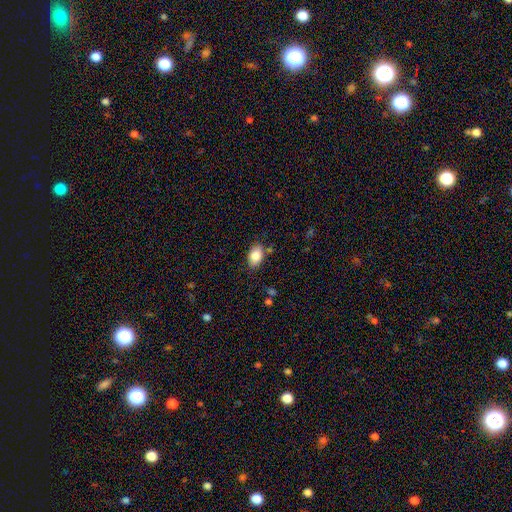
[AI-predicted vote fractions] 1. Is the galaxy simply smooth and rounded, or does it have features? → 84% smooth, 8% featured or disk, 8% star or artifact.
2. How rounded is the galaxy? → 88% in between, 11% round, 1% cigar-shaped.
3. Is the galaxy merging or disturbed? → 80% none, 13% minor disturbance, 4% merger, 3% major disturbance.